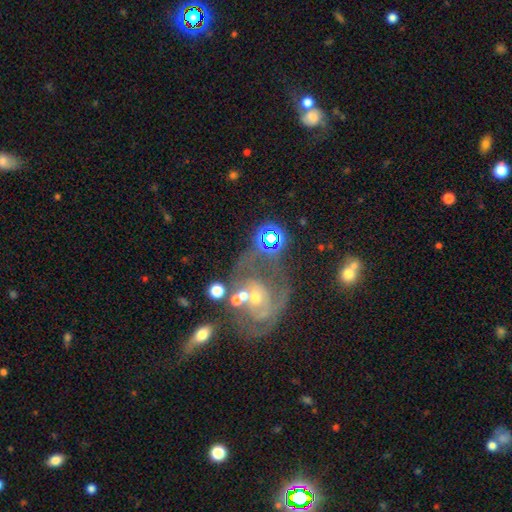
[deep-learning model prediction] smooth-or-featured: featured or disk: 68% | star or artifact: 17% | smooth: 16%
  disk-edge-on: no: 96% | yes: 4%
    bar: no: 64% | weak: 27% | strong: 9%
    has-spiral-arms: yes: 76% | no: 24%
    bulge-size: small: 61% | moderate: 27% | none: 8% | large: 3% | dominant: 2%
  merging: none: 41% | major disturbance: 22% | merger: 20% | minor disturbance: 17%